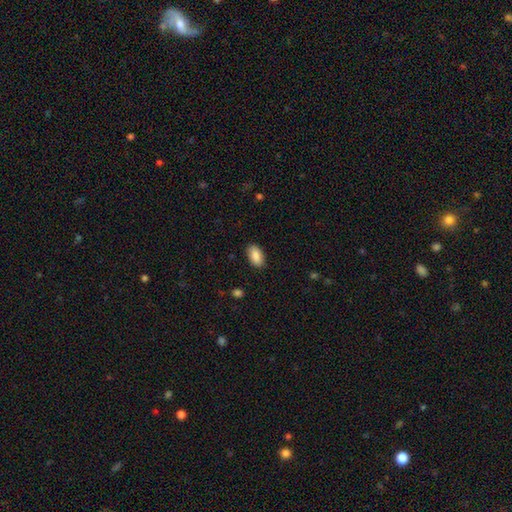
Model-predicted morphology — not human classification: A smooth galaxy with no disk features (89%) that is in between round and cigar-shaped (94%). Merging: none (88%).